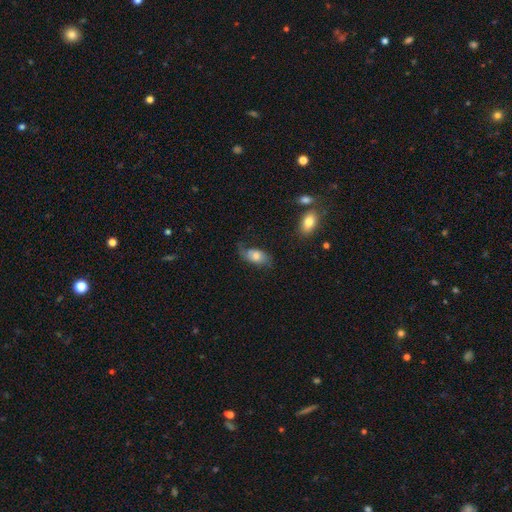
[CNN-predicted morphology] A smooth galaxy with no disk features (57%) that is in between round and cigar-shaped (89%).

Vote fractions:
- Smooth or featured? smooth: 57% / featured or disk: 35% / star or artifact: 8%
- How rounded? in between: 89% / round: 7% / cigar-shaped: 4%
- Merging? none: 50% / minor disturbance: 29% / major disturbance: 18% / merger: 3%